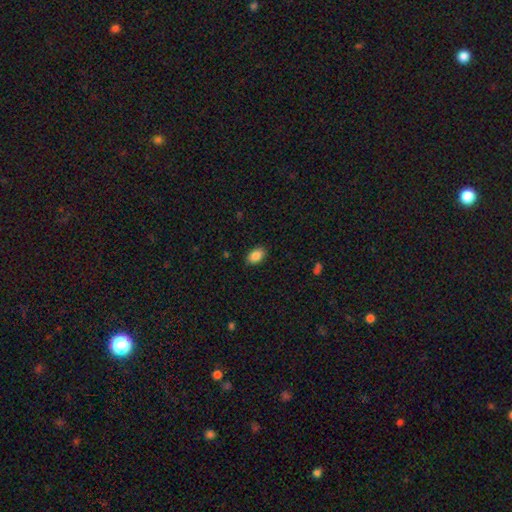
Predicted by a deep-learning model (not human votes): A smooth galaxy with no disk features (88%) that is in between round and cigar-shaped (88%). Merging: none (89%).